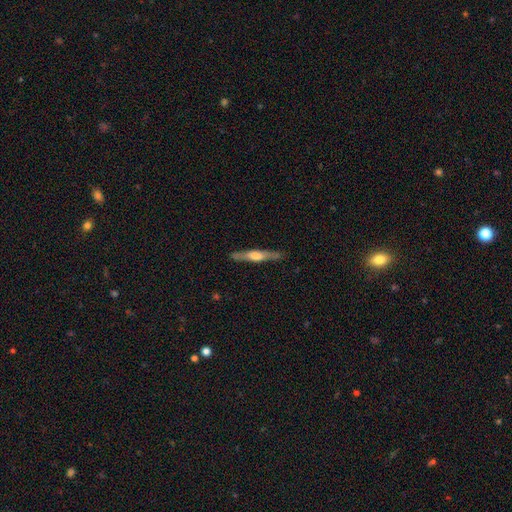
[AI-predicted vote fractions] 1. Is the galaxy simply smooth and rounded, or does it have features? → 61% featured or disk, 34% smooth, 5% star or artifact.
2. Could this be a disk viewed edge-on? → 94% yes, 6% no.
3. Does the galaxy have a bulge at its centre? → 75% rounded, 17% boxy, 8% none.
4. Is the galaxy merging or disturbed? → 86% none, 10% minor disturbance, 2% major disturbance, 1% merger.